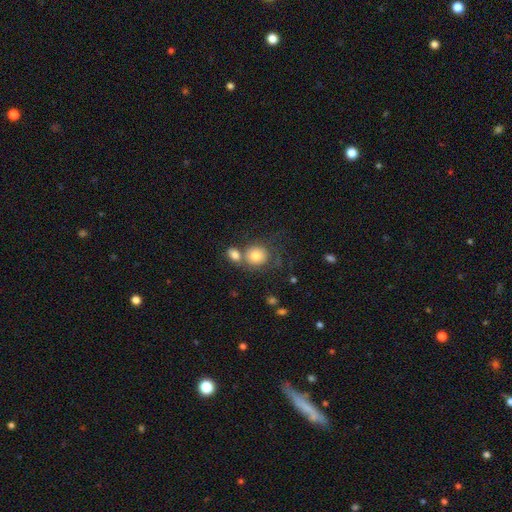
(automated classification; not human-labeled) This is likely a smooth galaxy (78%). How rounded: likely round (80%). Merging: marginally none (44%).